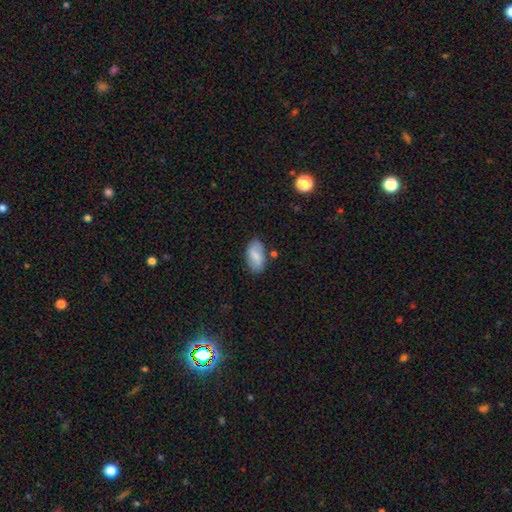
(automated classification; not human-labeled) Smooth or featured?
  - smooth: 71% *
  - featured or disk: 22%
  - star or artifact: 7%
How rounded?
  - in between: 93% *
  - round: 4%
  - cigar-shaped: 3%
Merging?
  - none: 75% *
  - minor disturbance: 17%
  - merger: 4%
  - major disturbance: 4%